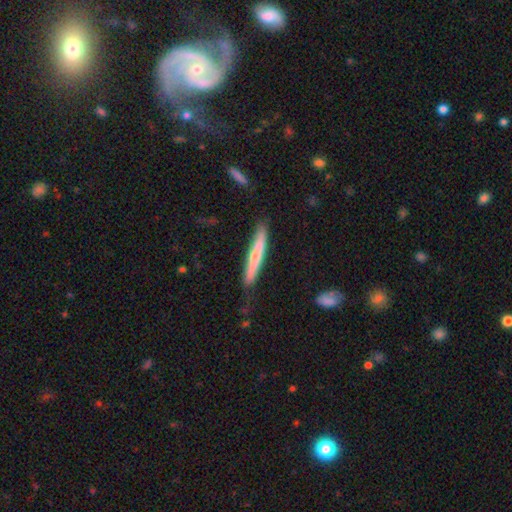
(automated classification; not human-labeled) Overall: smooth (54%; featured or disk 41%). How rounded: cigar-shaped (94%). Merging: none (79%).